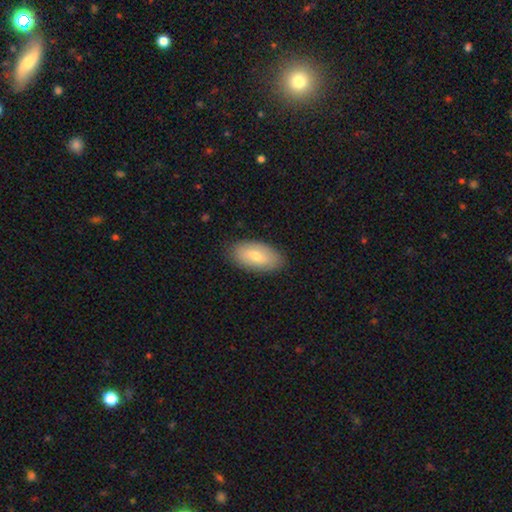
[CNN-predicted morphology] This is likely a smooth galaxy (69%). How rounded: clearly in between (93%). Merging: clearly none (86%).